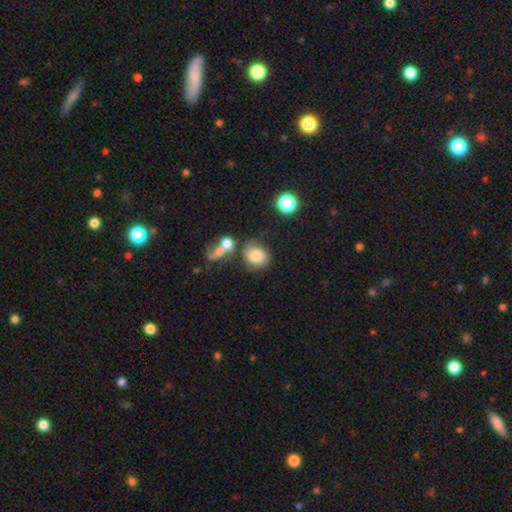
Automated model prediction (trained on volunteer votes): The model was most divided on "merging": none: 42%, merger: 26%, minor disturbance: 19%, major disturbance: 14%. More confident: smooth or featured — smooth (65%); how rounded — round (59%).